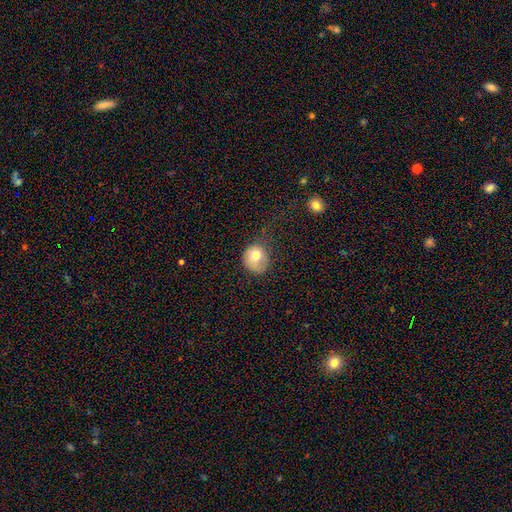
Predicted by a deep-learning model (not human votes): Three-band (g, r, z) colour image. It shows a smooth galaxy with no disk features (74%) that is round (79%). Merging: none (43%).